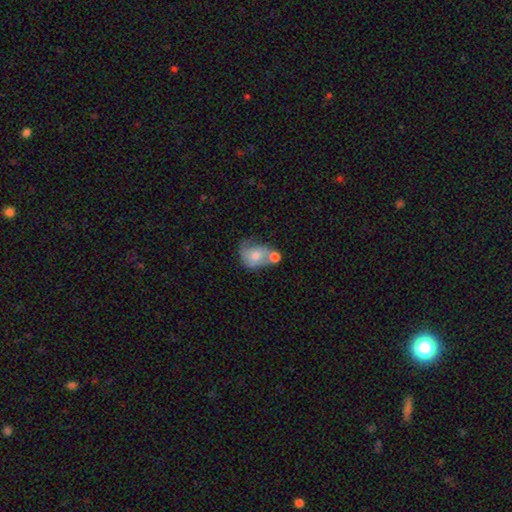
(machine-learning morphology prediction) This is possibly a smooth galaxy (55%). How rounded: possibly in between (59%). Merging: possibly merger (47%).